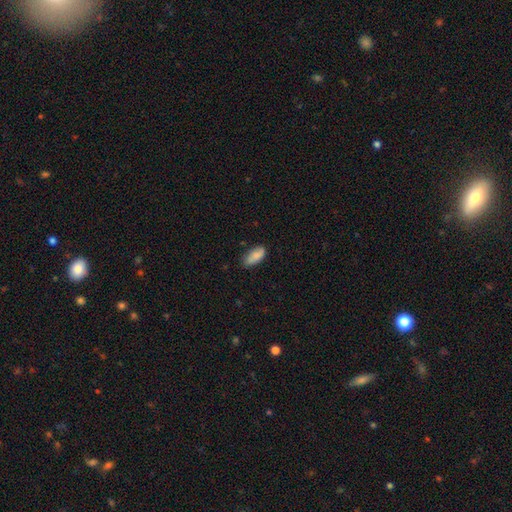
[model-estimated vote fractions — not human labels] Overall: smooth (85%). How rounded: in between (88%). Merging: none (74%).